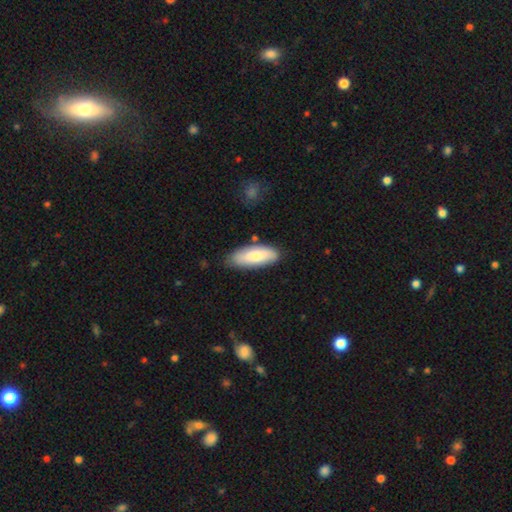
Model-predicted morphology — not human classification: smooth_or_featured: smooth (p=0.77) [alt: featured or disk p=0.18]
how_rounded: in between (p=0.74) [alt: cigar-shaped p=0.24]
merging: none (p=0.78) [alt: minor disturbance p=0.16]